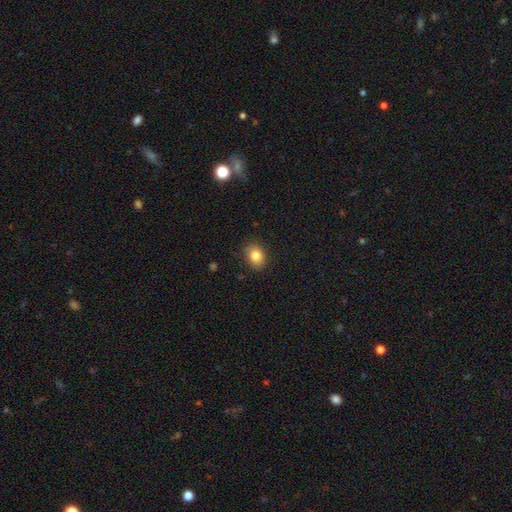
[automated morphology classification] A smooth galaxy with no disk features (84%) that is in between round and cigar-shaped (56%).

Vote fractions:
- Smooth or featured? smooth: 84% / star or artifact: 9% / featured or disk: 7%
- How rounded? in between: 56% / round: 43% / cigar-shaped: 1%
- Merging? none: 86% / minor disturbance: 10% / major disturbance: 2% / merger: 1%